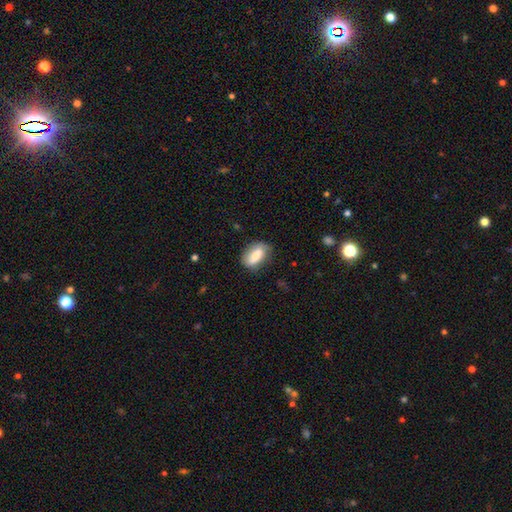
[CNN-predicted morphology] Overall: smooth (64%; featured or disk 29%). How rounded: in between (87%). Merging: none (69%).